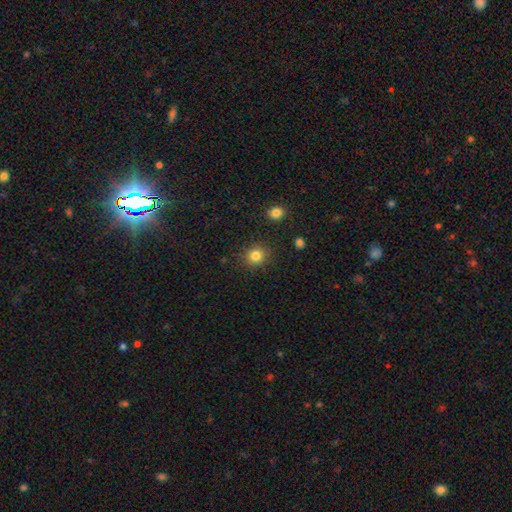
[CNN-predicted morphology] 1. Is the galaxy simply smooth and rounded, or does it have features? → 82% smooth, 12% star or artifact, 6% featured or disk.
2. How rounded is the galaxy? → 85% round, 14% in between, 1% cigar-shaped.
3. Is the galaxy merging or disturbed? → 88% none, 7% minor disturbance, 3% major disturbance, 2% merger.